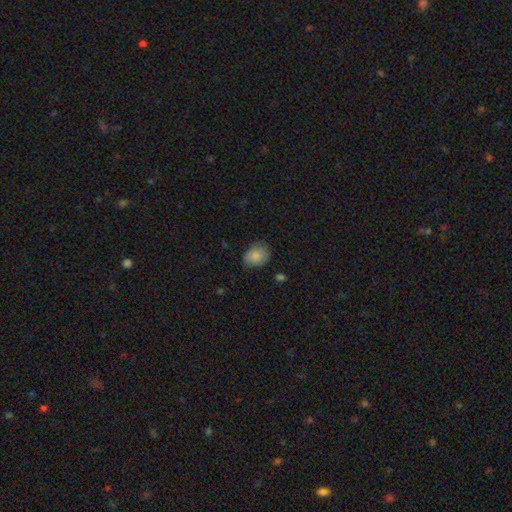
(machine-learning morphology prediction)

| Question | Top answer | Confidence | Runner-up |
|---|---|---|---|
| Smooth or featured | smooth | 83% | featured or disk (9%) |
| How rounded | in between | 60% | round (39%) |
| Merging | none | 65% | minor disturbance (28%) |